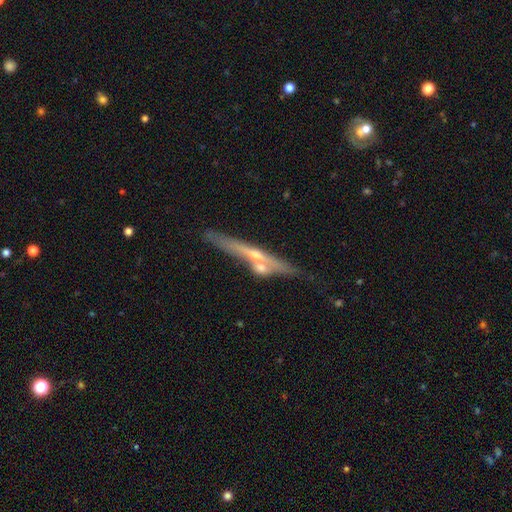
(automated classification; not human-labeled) This appears to be a featured or disk galaxy (64%) viewed edge-on (92%) with a rounded central bulge (72%). Merging: none (62%).